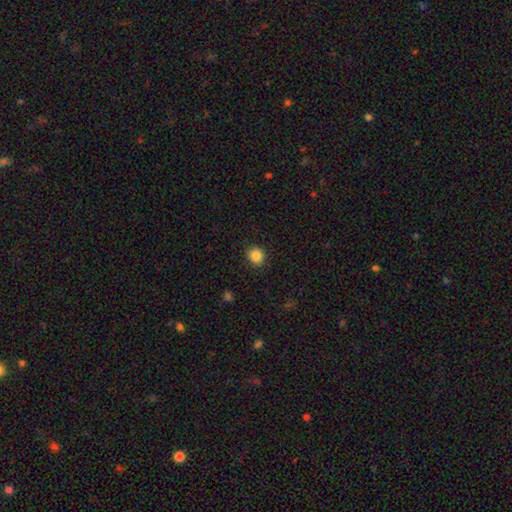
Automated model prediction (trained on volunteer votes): Q: Smooth or featured?
A: smooth (86%); runner-up: star or artifact (10%)
Q: How rounded?
A: round (85%); runner-up: in between (14%)
Q: Merging?
A: none (90%); runner-up: minor disturbance (7%)